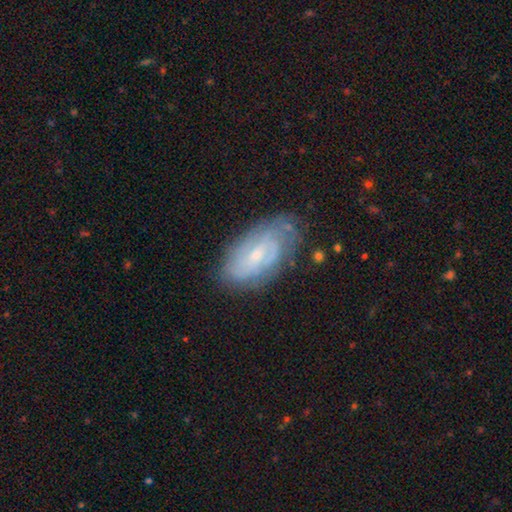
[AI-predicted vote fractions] Smooth or featured? featured or disk (72%)
Edge-on disk? no (94%)
Bar? weak (46%)
Spiral arms? yes (87%)
Spiral winding? tight (58%)
Spiral arm count? can't tell (43%)
Bulge size? small (62%)
Merging? none (68%)